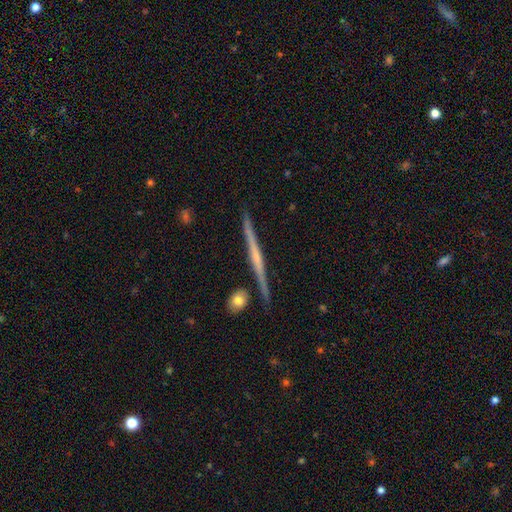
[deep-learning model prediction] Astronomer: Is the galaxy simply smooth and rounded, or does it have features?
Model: featured or disk — 72%.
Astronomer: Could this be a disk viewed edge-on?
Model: yes — 98%.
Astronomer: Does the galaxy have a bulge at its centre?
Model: none — 55% (runner-up: rounded, 33%).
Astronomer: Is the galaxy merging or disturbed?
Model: none — 88%.